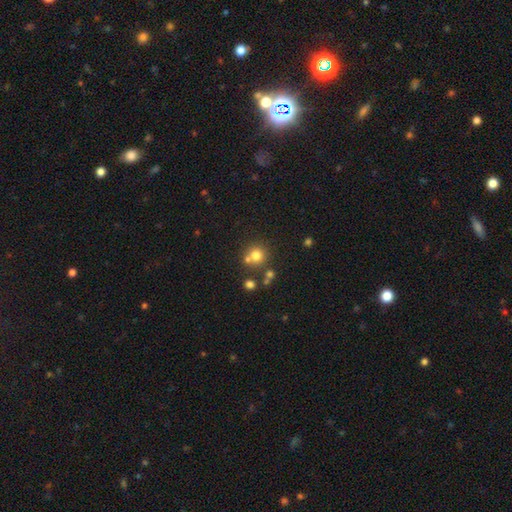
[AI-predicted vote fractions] Smooth or featured? Predicted: smooth (p=0.74). How rounded? Predicted: round (p=0.91). Merging? Predicted: none (p=0.64).